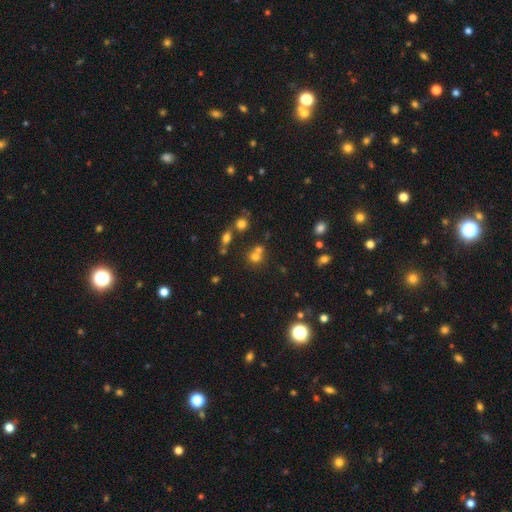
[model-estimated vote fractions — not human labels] Morphology: type=smooth (66%); roundness=round (82%); merging=none (46%).